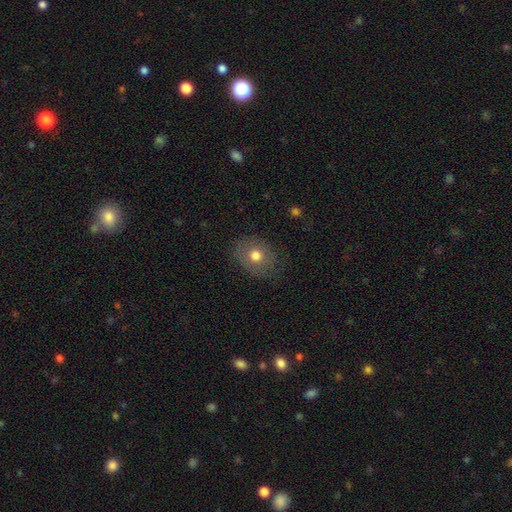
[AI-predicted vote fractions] smooth_or_featured: smooth (p=0.70) [alt: featured or disk p=0.20]
how_rounded: round (p=0.58) [alt: in between p=0.41]
merging: none (p=0.79) [alt: minor disturbance p=0.15]